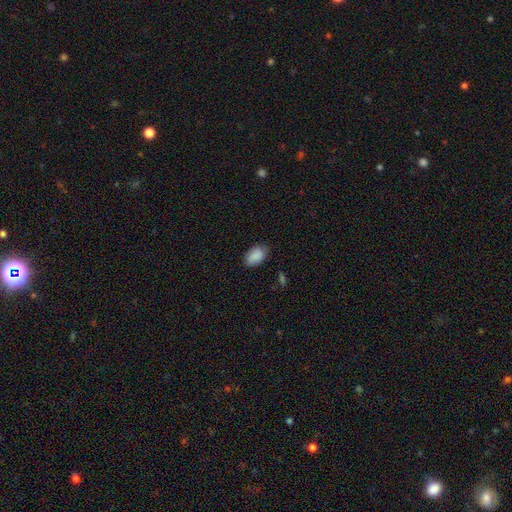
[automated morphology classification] smooth 89%, star or artifact 7%, featured or disk 3%. Down the decision tree: how rounded — in between (91%); merging — none (82%).